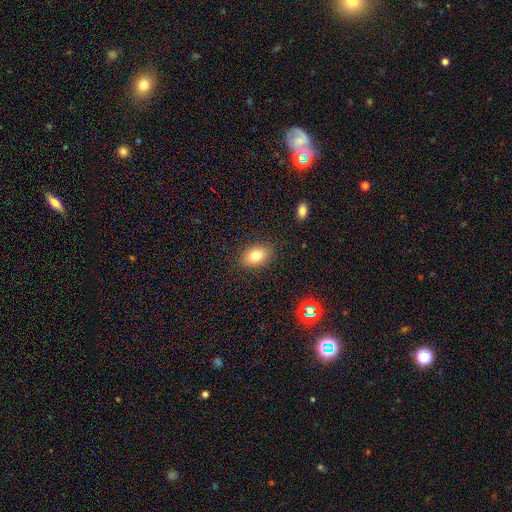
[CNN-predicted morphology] smooth_or_featured: smooth (p=0.80) [alt: featured or disk p=0.11]
how_rounded: in between (p=0.84) [alt: round p=0.14]
merging: none (p=0.86) [alt: minor disturbance p=0.10]